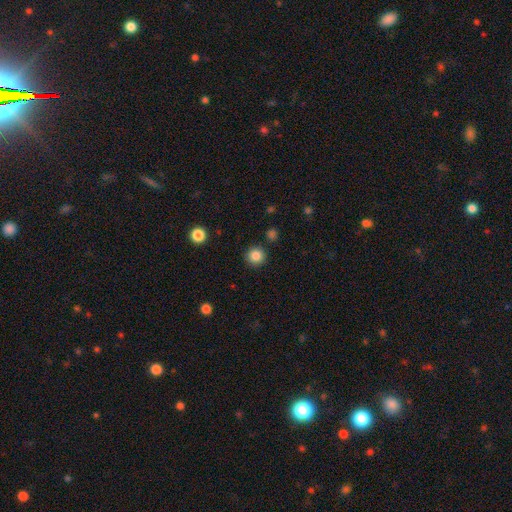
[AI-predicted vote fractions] This is clearly a smooth galaxy (86%). How rounded: clearly round (94%). Merging: clearly none (90%).